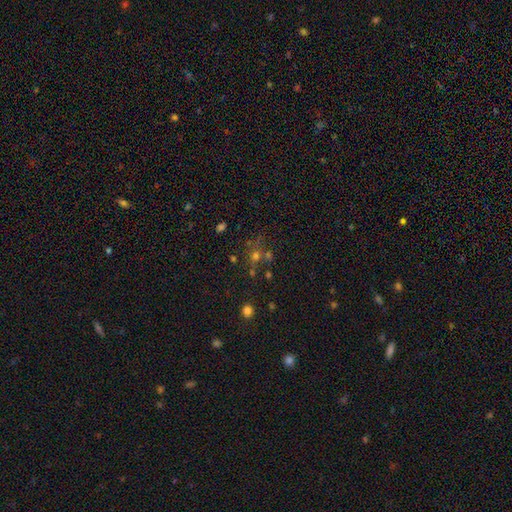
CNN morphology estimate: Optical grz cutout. It shows a smooth galaxy with no disk features (42%). Merging: none (58%).